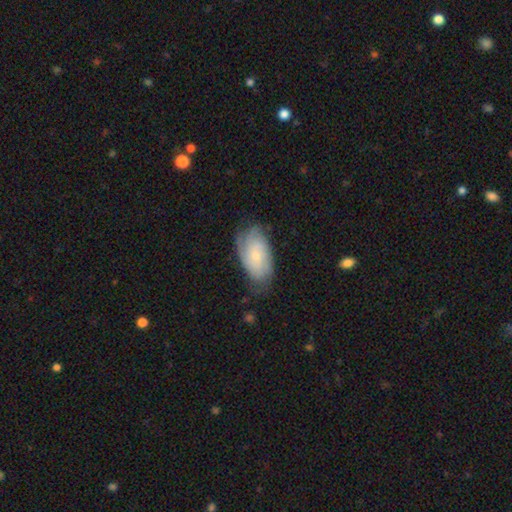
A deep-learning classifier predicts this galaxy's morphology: Smooth or featured? Predicted: featured or disk (p=0.57). Edge-on disk? Predicted: no (p=0.94). Bar? Predicted: no (p=0.75). Spiral arms? Predicted: yes (p=0.87). Bulge size? Predicted: small (p=0.68). Merging? Predicted: none (p=0.66).